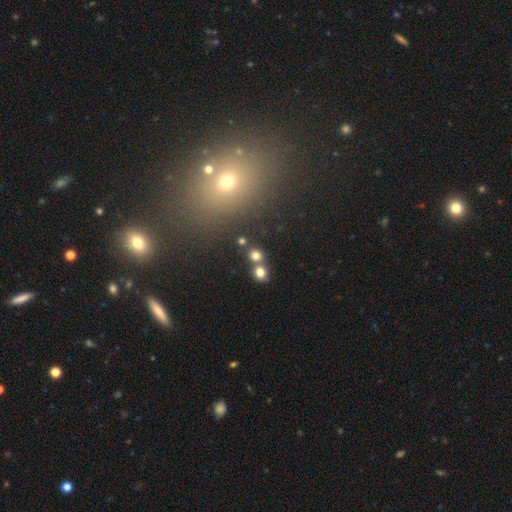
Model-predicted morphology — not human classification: The model was most divided on "merging": none: 58%, merger: 31%, minor disturbance: 8%, major disturbance: 3%. More confident: how rounded — round (80%); smooth or featured — smooth (76%).